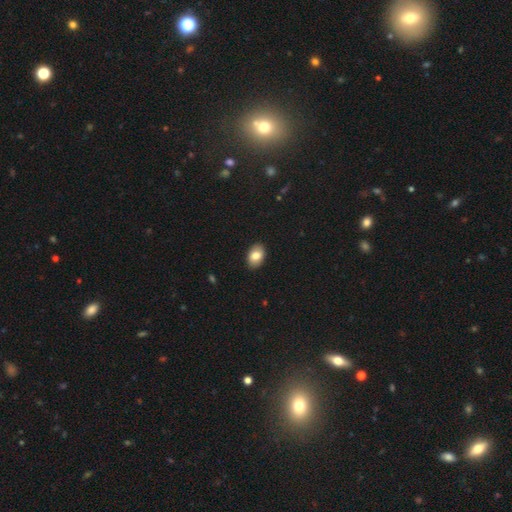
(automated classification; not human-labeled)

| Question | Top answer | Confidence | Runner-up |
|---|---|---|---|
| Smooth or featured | smooth | 82% | featured or disk (10%) |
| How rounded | in between | 86% | round (13%) |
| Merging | none | 90% | minor disturbance (8%) |